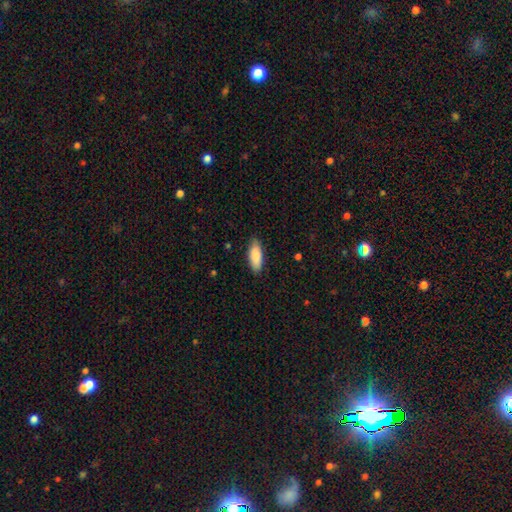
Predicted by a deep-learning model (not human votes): Overall: smooth (87%). How rounded: in between (78%). Merging: none (85%).